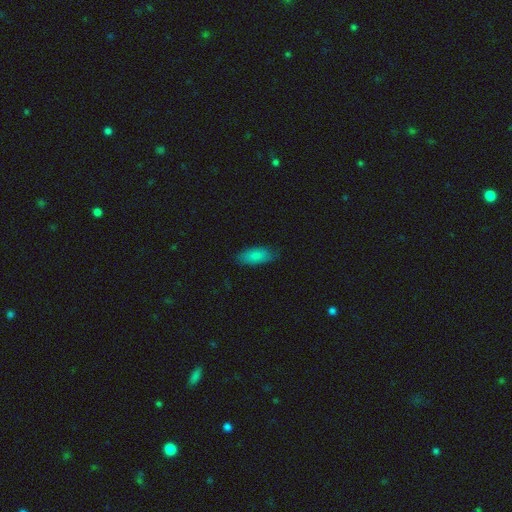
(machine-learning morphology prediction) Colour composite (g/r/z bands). It shows a smooth galaxy with no disk features (85%) that is in between round and cigar-shaped (85%). Merging: none (80%).